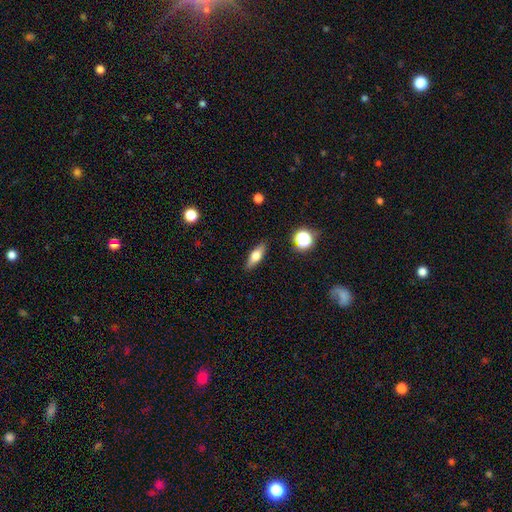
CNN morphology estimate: Q: Smooth or featured?
A: smooth (58%); runner-up: featured or disk (33%)
Q: How rounded?
A: in between (54%); runner-up: cigar-shaped (41%)
Q: Merging?
A: none (86%); runner-up: minor disturbance (10%)